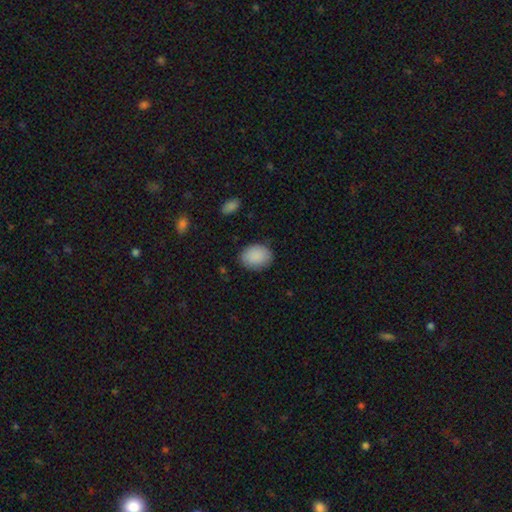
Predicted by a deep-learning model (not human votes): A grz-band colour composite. It shows a smooth galaxy with no disk features (89%) that is in between round and cigar-shaped (67%). Merging: none (83%).